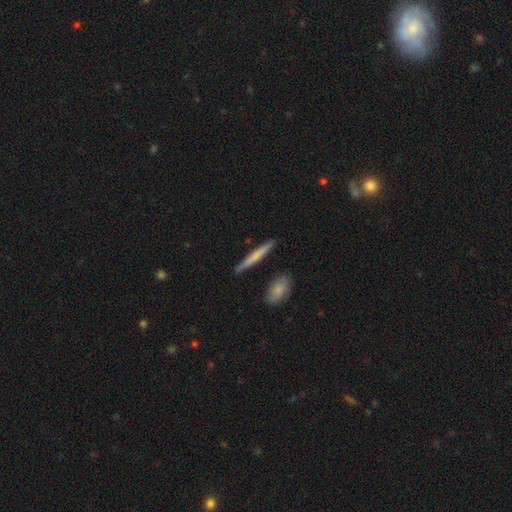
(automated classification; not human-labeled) smooth 60%, featured or disk 35%, star or artifact 5%. Down the decision tree: how rounded — cigar-shaped (95%); merging — none (88%).